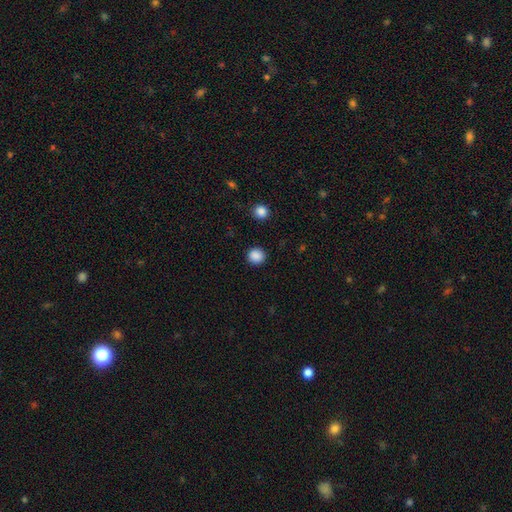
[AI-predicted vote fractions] Smooth or featured? Predicted: smooth (p=0.88). How rounded? Predicted: round (p=0.92). Merging? Predicted: none (p=0.91).